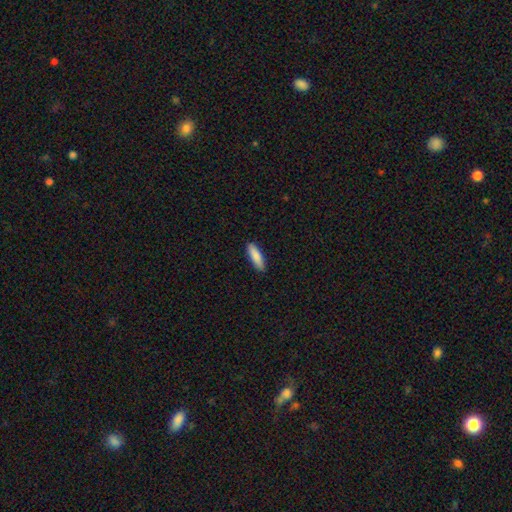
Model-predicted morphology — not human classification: Smooth or featured?
  - smooth: 87% *
  - featured or disk: 7%
  - star or artifact: 6%
How rounded?
  - cigar-shaped: 58% *
  - in between: 40%
  - round: 2%
Merging?
  - none: 89% *
  - minor disturbance: 8%
  - major disturbance: 2%
  - merger: 1%